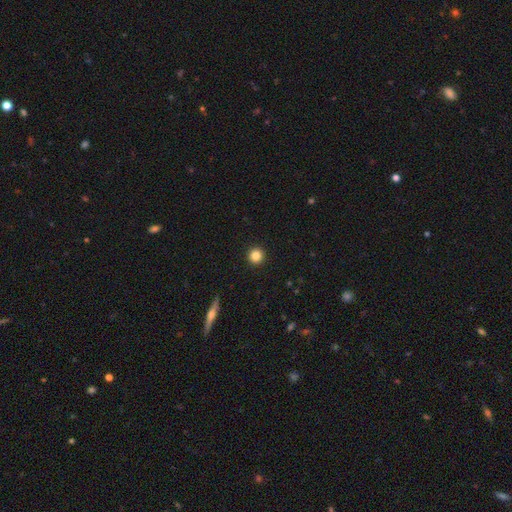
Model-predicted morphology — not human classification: smooth_or_featured: smooth (p=0.84) [alt: star or artifact p=0.10]
how_rounded: round (p=0.96) [alt: in between p=0.03]
merging: none (p=0.93) [alt: minor disturbance p=0.04]